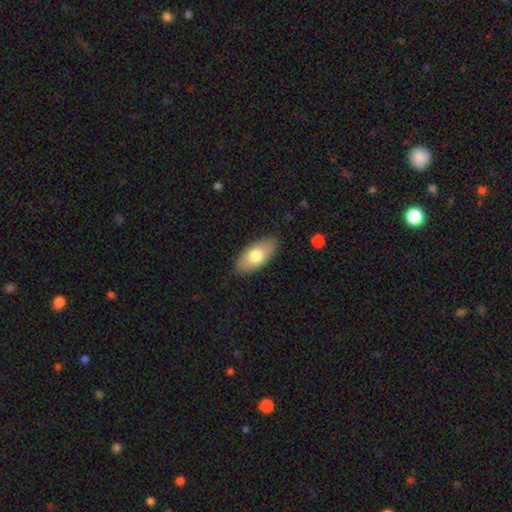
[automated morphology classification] Smooth or featured? Predicted: smooth (p=0.73). How rounded? Predicted: in between (p=0.90). Merging? Predicted: none (p=0.85).